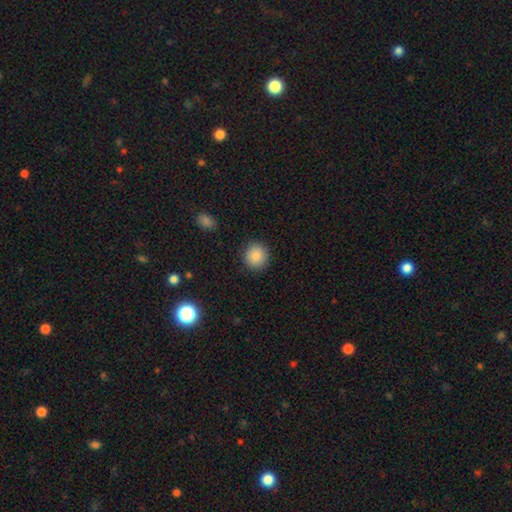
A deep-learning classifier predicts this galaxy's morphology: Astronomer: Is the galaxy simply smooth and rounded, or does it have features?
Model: smooth — 87%.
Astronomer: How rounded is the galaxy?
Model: round — 88%.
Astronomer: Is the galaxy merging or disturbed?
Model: none — 90%.